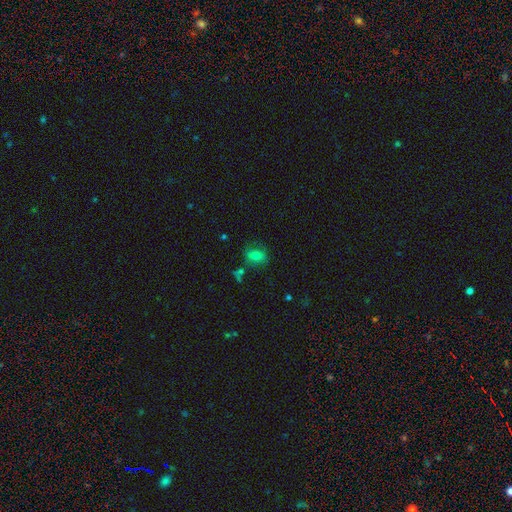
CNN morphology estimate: Overall: smooth (70%). How rounded: in between (64%; round 33%). Merging: none (68%).